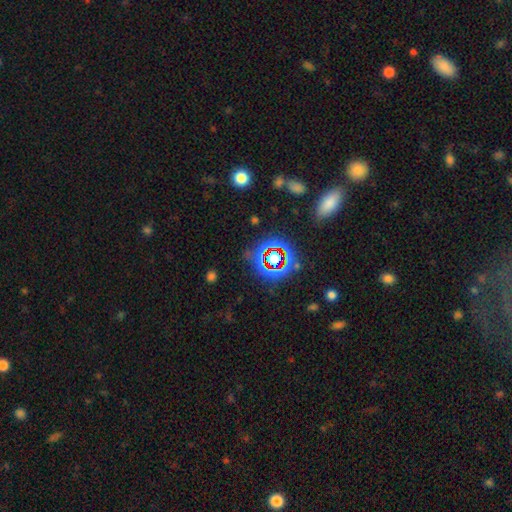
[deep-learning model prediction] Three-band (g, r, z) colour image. It shows a star or artifact, not a galaxy (34%).